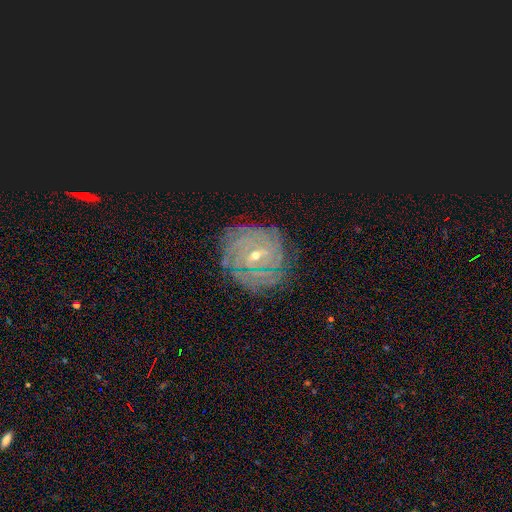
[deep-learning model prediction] Smooth or featured?
  - featured or disk: 81% *
  - star or artifact: 10%
  - smooth: 9%
Edge-on disk?
  - no: 96% *
  - yes: 4%
Bar?
  - weak: 52% *
  - strong: 25%
  - no: 23%
Spiral arms?
  - yes: 95% *
  - no: 5%
Spiral winding?
  - tight: 87% *
  - medium: 10%
  - loose: 3%
Spiral arm count?
  - can't tell: 39% *
  - more than 4: 19%
  - 4: 15%
  - 3: 10%
  - 2: 10%
  - 1: 7%
Bulge size?
  - small: 54% *
  - moderate: 43%
  - large: 1%
  - none: 1%
  - dominant: 1%
Merging?
  - none: 83% *
  - minor disturbance: 12%
  - major disturbance: 4%
  - merger: 1%